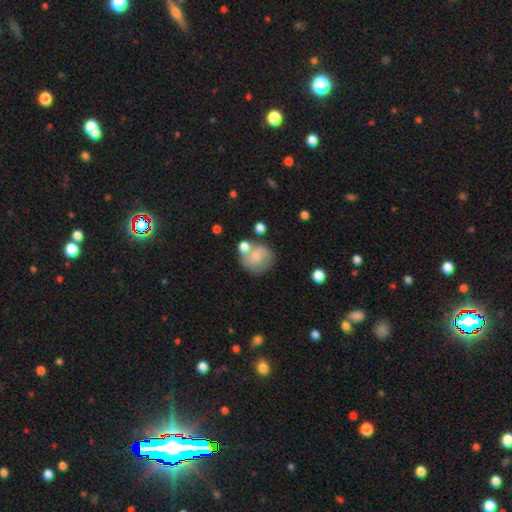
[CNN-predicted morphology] smooth 68%, featured or disk 23%, star or artifact 9%. Down the decision tree: how rounded — round (82%); merging — none (52%).